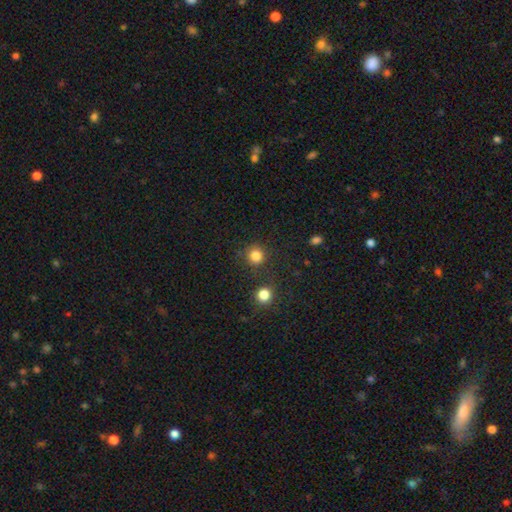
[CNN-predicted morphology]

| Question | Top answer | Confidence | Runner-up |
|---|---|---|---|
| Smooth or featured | smooth | 82% | star or artifact (14%) |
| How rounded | round | 93% | in between (6%) |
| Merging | none | 84% | minor disturbance (7%) |